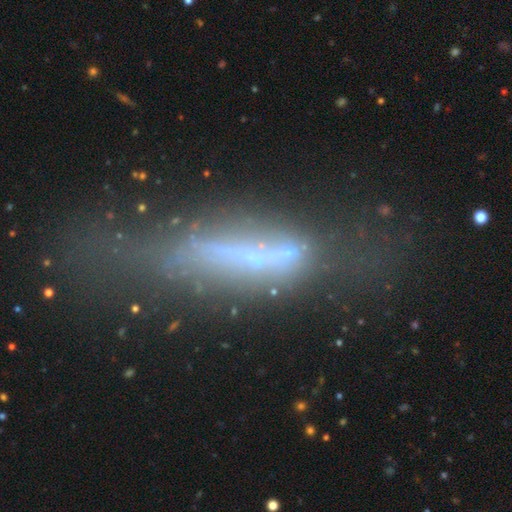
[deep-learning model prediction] Smooth or featured?
  - featured or disk: 54% *
  - smooth: 29%
  - star or artifact: 17%
Edge-on disk?
  - yes: 61% *
  - no: 39%
Merging?
  - none: 39% *
  - major disturbance: 29%
  - minor disturbance: 23%
  - merger: 9%